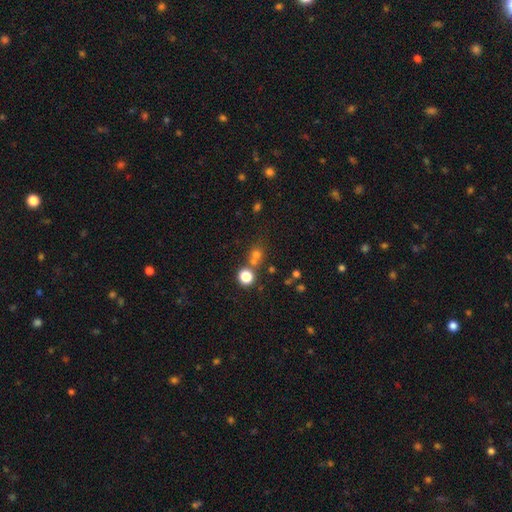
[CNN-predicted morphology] The model was most divided on "smooth or featured": smooth: 59%, star or artifact: 31%, featured or disk: 10%. More confident: how rounded — round (84%); merging — none (59%).